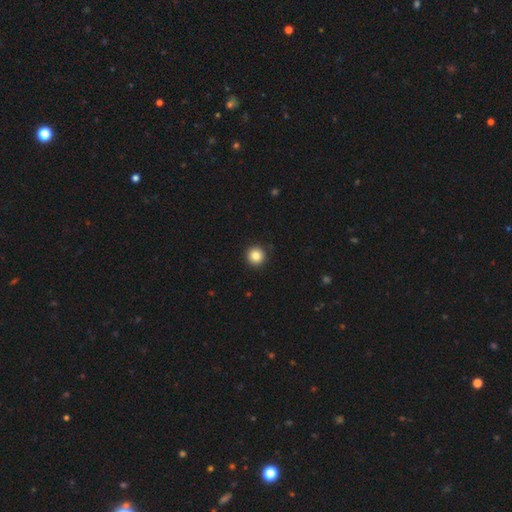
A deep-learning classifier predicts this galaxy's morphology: This is clearly a smooth galaxy (84%). How rounded: clearly round (96%). Merging: clearly none (92%).